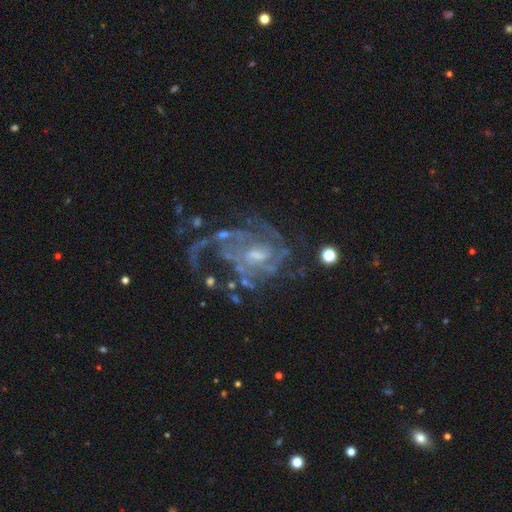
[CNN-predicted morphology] Smooth or featured?
  - featured or disk: 86% *
  - star or artifact: 8%
  - smooth: 6%
Edge-on disk?
  - no: 98% *
  - yes: 2%
Bar?
  - weak: 46% *
  - no: 43%
  - strong: 11%
Spiral arms?
  - yes: 91% *
  - no: 9%
Spiral winding?
  - medium: 44% *
  - tight: 29%
  - loose: 27%
Spiral arm count?
  - can't tell: 30% *
  - 2: 25%
  - 3: 19%
  - 1: 10%
  - 4: 10%
  - more than 4: 7%
Bulge size?
  - small: 46% *
  - moderate: 37%
  - none: 13%
  - large: 3%
  - dominant: 1%
Merging?
  - major disturbance: 39% * (tied)
  - none: 39% * (tied)
  - minor disturbance: 16%
  - merger: 6%